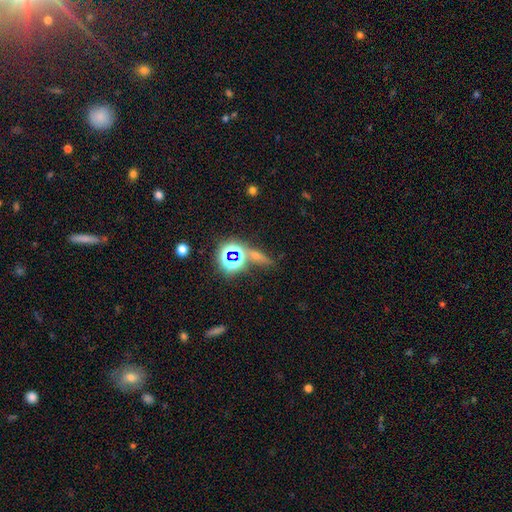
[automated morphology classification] Smooth or featured? Predicted: star or artifact (p=0.57).